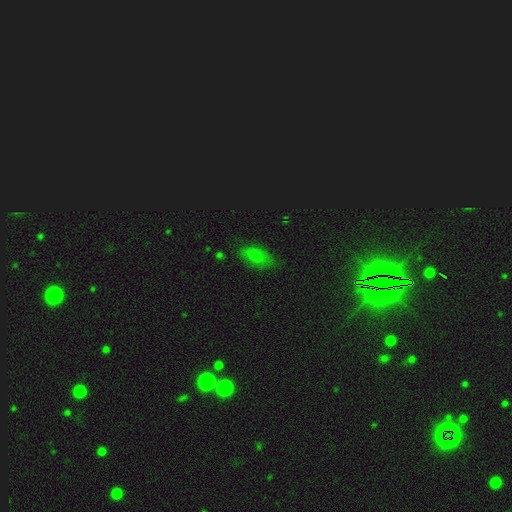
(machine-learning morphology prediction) A smooth galaxy with no disk features (73%) that is in between round and cigar-shaped (88%).

Vote fractions:
- Smooth or featured? smooth: 73% / star or artifact: 16% / featured or disk: 11%
- How rounded? in between: 88% / cigar-shaped: 8% / round: 4%
- Merging? none: 72% / minor disturbance: 21% / major disturbance: 5% / merger: 2%